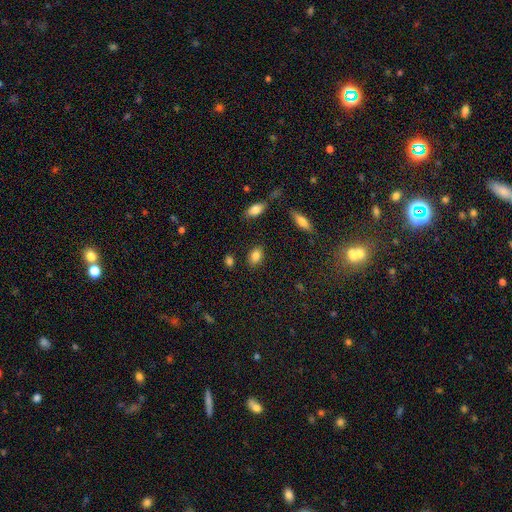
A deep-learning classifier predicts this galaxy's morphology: Smooth or featured? Predicted: smooth (p=0.84). How rounded? Predicted: in between (p=0.78). Merging? Predicted: none (p=0.84).